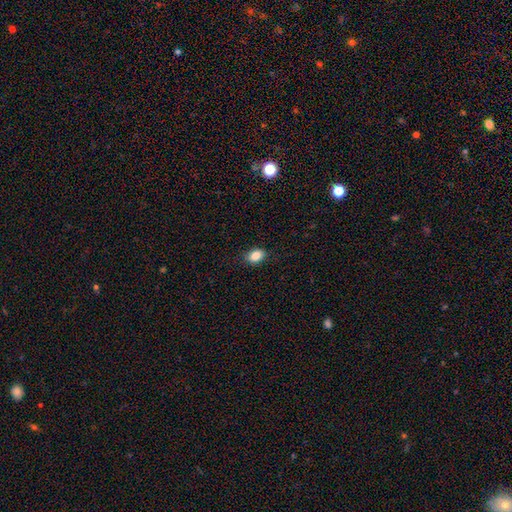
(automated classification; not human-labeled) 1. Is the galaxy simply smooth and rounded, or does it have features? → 85% smooth, 9% star or artifact, 6% featured or disk.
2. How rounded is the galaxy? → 77% in between, 22% round, 1% cigar-shaped.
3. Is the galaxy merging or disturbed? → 85% none, 12% minor disturbance, 2% major disturbance, 1% merger.